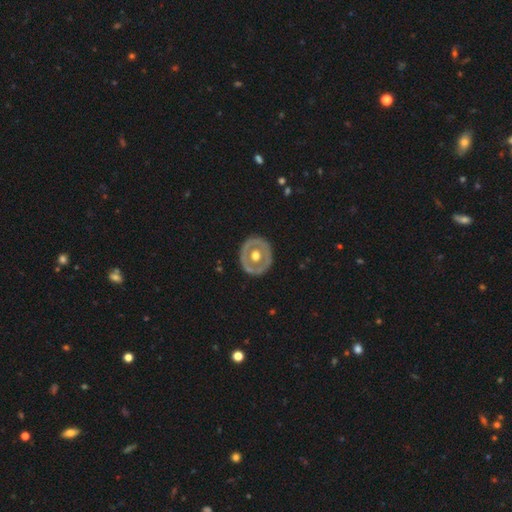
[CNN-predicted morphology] smooth-or-featured: featured or disk: 60% | smooth: 36% | star or artifact: 5%
  disk-edge-on: no: 93% | yes: 7%
    bar: no: 89% | weak: 8% | strong: 3%
    has-spiral-arms: no: 92% | yes: 8%
    bulge-size: moderate: 72% | large: 21% | small: 4% | dominant: 1% | none: 1%
  merging: none: 83% | minor disturbance: 12% | major disturbance: 4% | merger: 1%